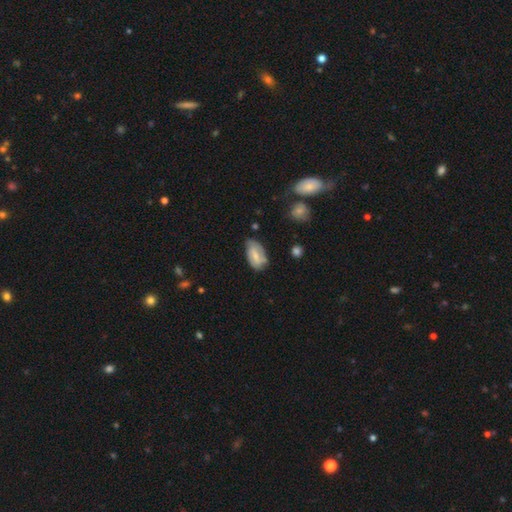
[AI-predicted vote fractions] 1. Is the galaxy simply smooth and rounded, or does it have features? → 54% smooth, 39% featured or disk, 7% star or artifact.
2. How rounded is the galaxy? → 92% in between, 5% round, 3% cigar-shaped.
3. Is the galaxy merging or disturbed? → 57% none, 32% minor disturbance, 8% major disturbance, 3% merger.